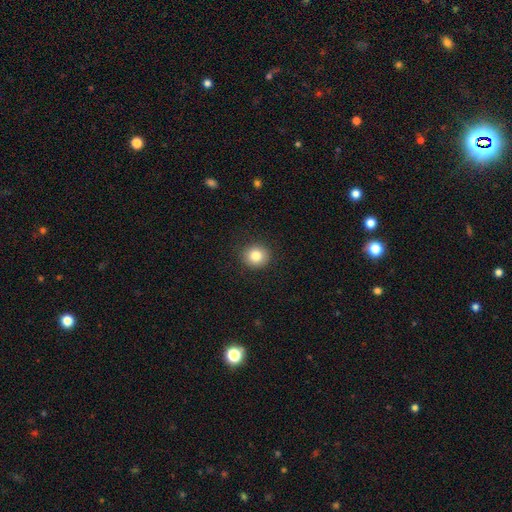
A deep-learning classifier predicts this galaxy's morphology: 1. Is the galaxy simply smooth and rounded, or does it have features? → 83% smooth, 10% star or artifact, 7% featured or disk.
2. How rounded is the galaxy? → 89% round, 10% in between, 1% cigar-shaped.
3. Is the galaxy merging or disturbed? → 90% none, 7% minor disturbance, 2% major disturbance, 1% merger.